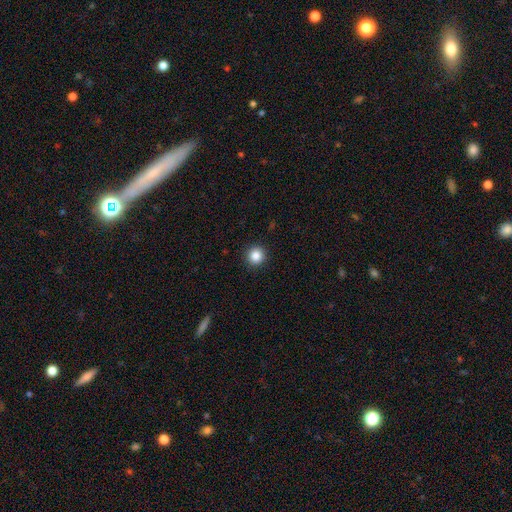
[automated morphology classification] smooth-or-featured: smooth: 86% | star or artifact: 10% | featured or disk: 4%
  how-rounded: round: 95% | in between: 4% | cigar-shaped: 1%
  merging: none: 93% | minor disturbance: 5% | major disturbance: 2% | merger: 1%